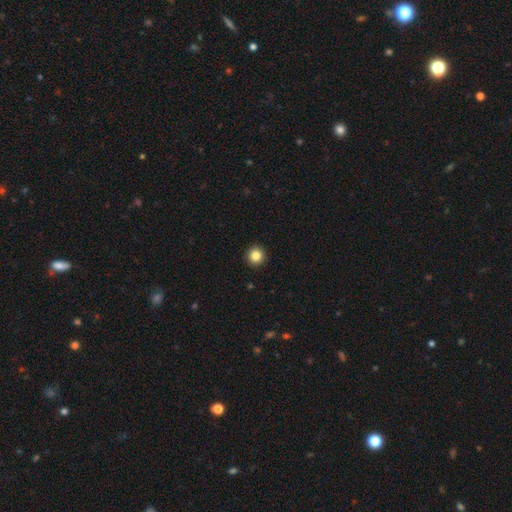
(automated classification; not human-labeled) Overall: smooth (85%). How rounded: round (95%). Merging: none (94%).